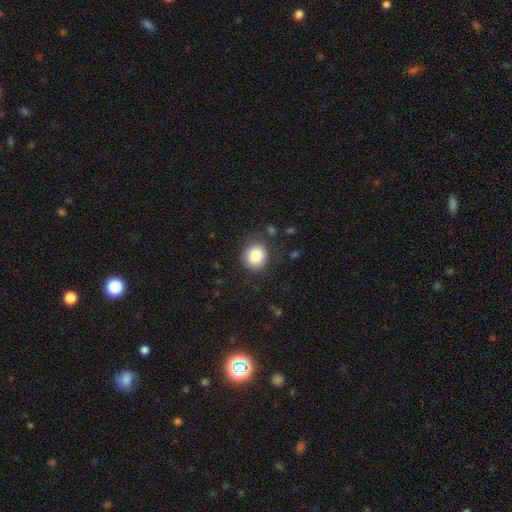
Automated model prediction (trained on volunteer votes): smooth 86%, star or artifact 9%, featured or disk 5%. Down the decision tree: how rounded — round (76%); merging — none (82%).